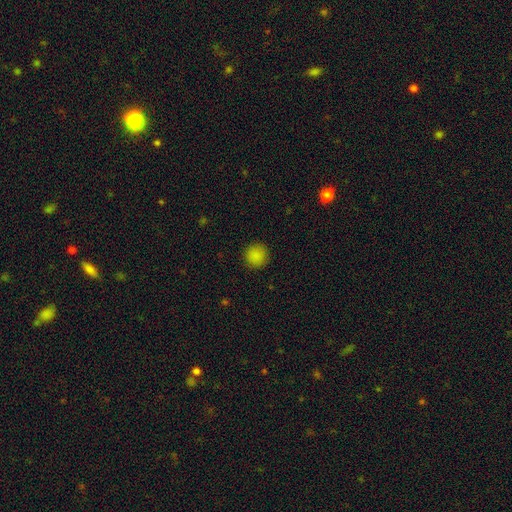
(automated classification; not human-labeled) Smooth or featured?
  - smooth: 86% *
  - star or artifact: 11%
  - featured or disk: 3%
How rounded?
  - round: 94% *
  - in between: 5%
  - cigar-shaped: 1%
Merging?
  - none: 91% *
  - minor disturbance: 6%
  - major disturbance: 2%
  - merger: 1%